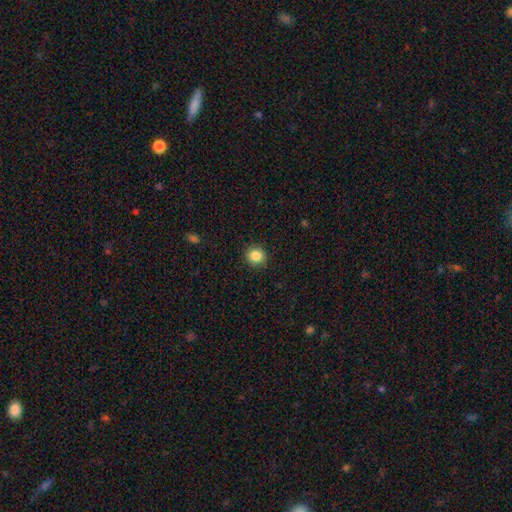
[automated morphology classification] smooth_or_featured: smooth (p=0.86) [alt: star or artifact p=0.10]
how_rounded: round (p=0.88) [alt: in between p=0.11]
merging: none (p=0.91) [alt: minor disturbance p=0.06]